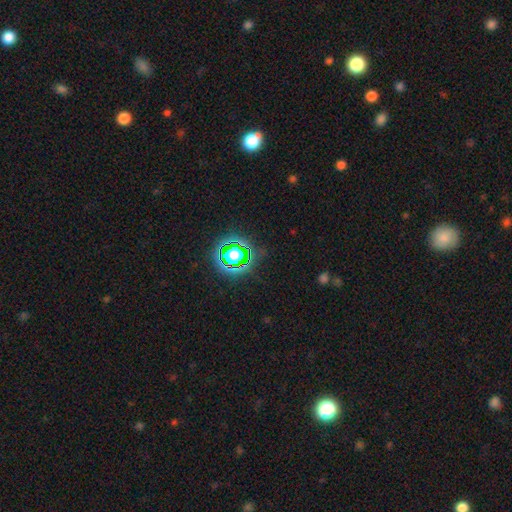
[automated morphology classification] The model was most divided on "smooth or featured": star or artifact: 76%, smooth: 16%, featured or disk: 8%.